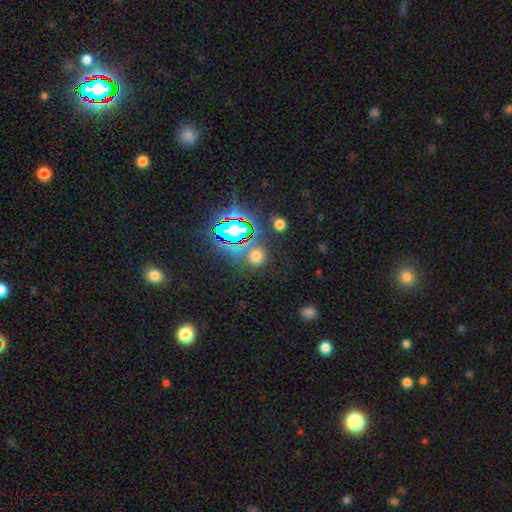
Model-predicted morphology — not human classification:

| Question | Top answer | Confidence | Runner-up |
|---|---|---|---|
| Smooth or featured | smooth | 55% | star or artifact (38%) |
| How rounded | round | 84% | in between (15%) |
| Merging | none | 77% | minor disturbance (10%) |